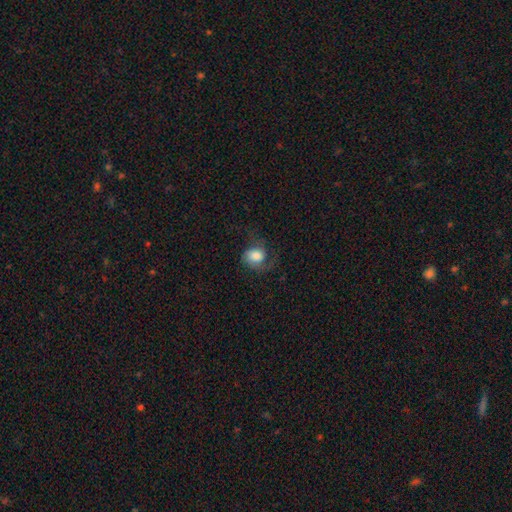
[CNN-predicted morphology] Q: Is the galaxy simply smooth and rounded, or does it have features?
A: smooth — 60%.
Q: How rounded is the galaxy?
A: round — 54%.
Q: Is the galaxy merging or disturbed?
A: none — 46%.